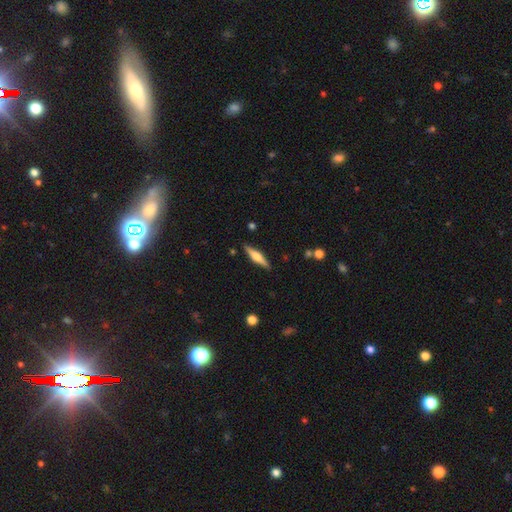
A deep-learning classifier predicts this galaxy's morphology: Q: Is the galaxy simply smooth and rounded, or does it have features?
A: featured or disk — 57%.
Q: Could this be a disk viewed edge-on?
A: yes — 96%.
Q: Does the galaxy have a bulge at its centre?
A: rounded — 81%.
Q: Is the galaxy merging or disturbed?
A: none — 88%.